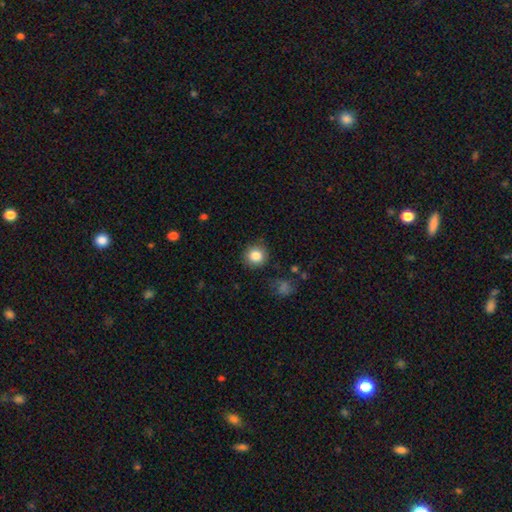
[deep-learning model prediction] Smooth or featured? smooth (84%)
How rounded? round (92%)
Merging? none (87%)